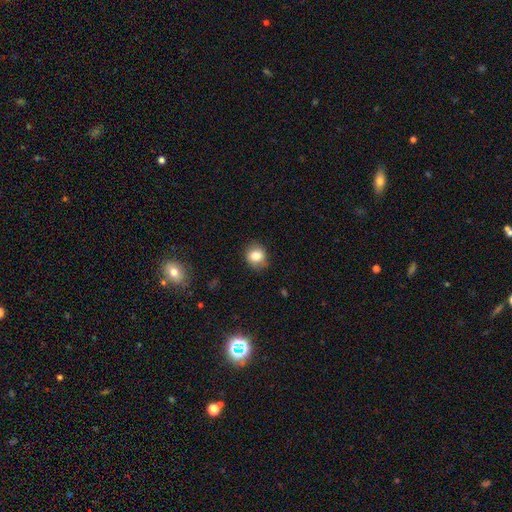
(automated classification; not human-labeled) Smooth or featured: smooth — 81% (featured or disk — 9%)
How rounded: round — 68% (in between — 31%)
Merging: none — 82% (minor disturbance — 14%)